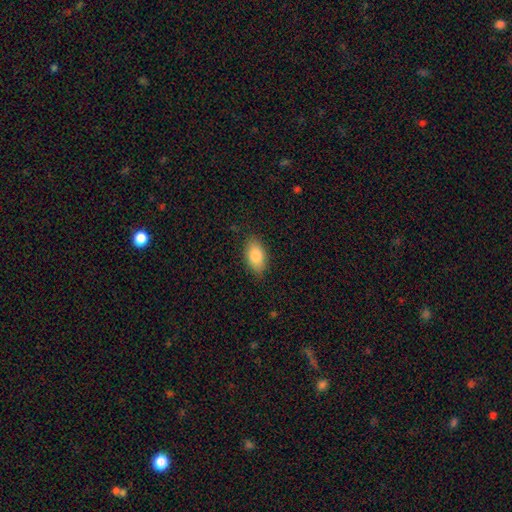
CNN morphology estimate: Smooth or featured? smooth (84%)
How rounded? in between (93%)
Merging? none (85%)